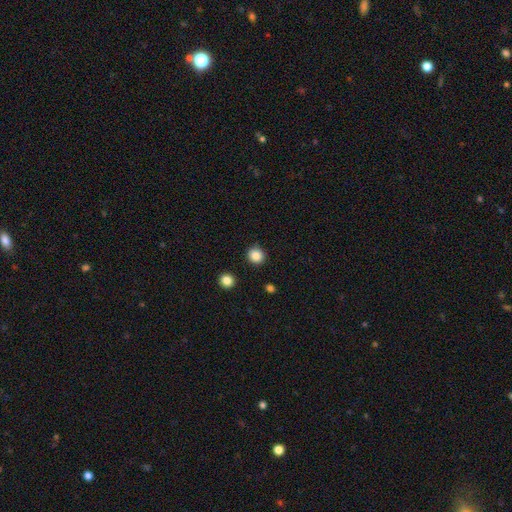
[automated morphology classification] Q: Smooth or featured?
A: smooth (86%); runner-up: star or artifact (10%)
Q: How rounded?
A: round (88%); runner-up: in between (11%)
Q: Merging?
A: none (89%); runner-up: minor disturbance (7%)